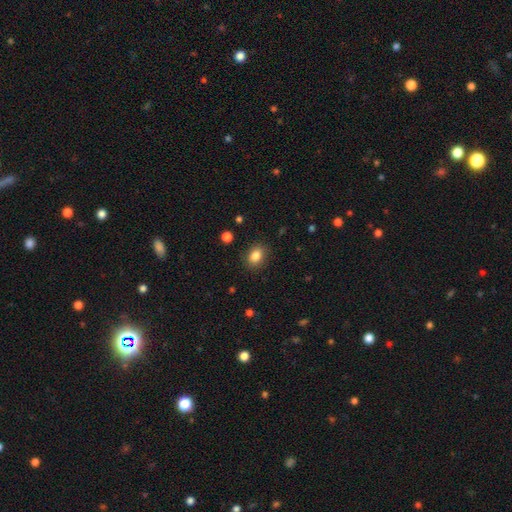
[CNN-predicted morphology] The model was most divided on "how rounded": in between: 64%, round: 35%, cigar-shaped: 1%. More confident: merging — none (86%); smooth or featured — smooth (85%).